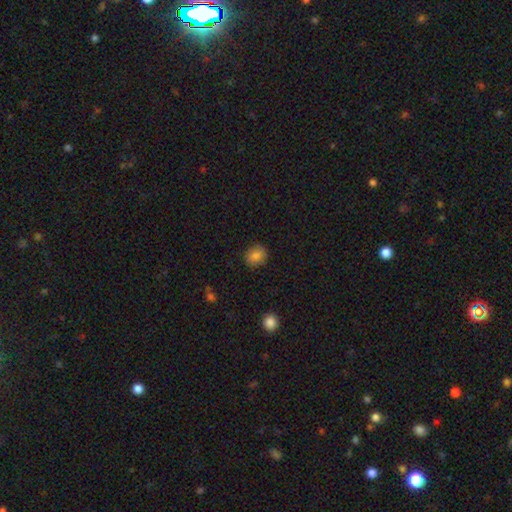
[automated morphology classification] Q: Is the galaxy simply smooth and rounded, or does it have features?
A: smooth — 84%.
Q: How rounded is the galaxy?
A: round — 71%.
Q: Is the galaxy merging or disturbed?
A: none — 88%.